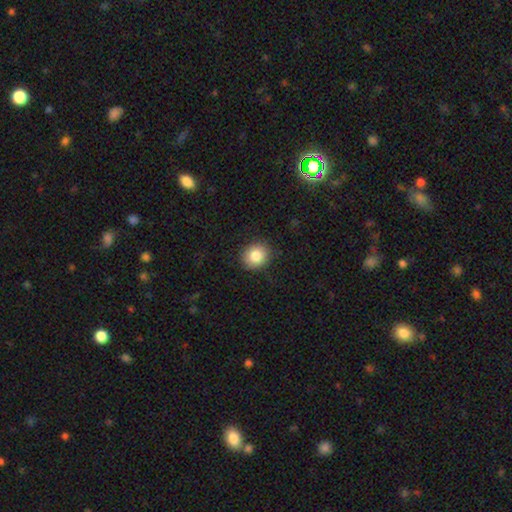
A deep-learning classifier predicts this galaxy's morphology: Smooth or featured? Predicted: smooth (p=0.84). How rounded? Predicted: round (p=0.80). Merging? Predicted: none (p=0.88).